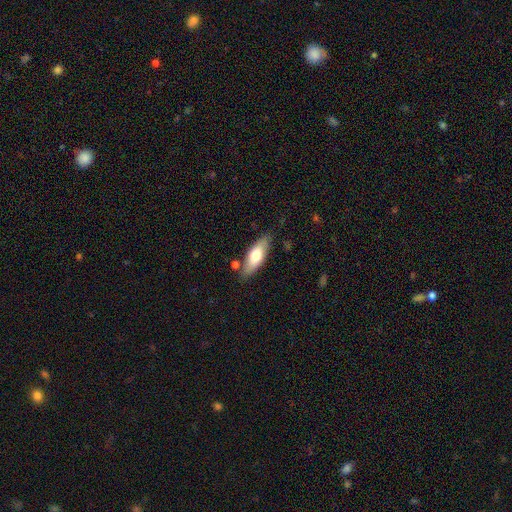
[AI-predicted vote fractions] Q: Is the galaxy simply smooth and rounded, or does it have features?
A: smooth — 67%.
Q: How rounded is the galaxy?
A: in between — 66%.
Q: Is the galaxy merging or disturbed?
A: none — 79%.